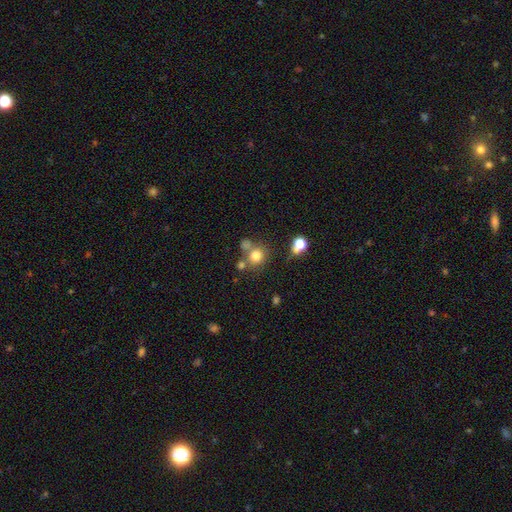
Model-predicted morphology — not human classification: Q: Smooth or featured?
A: smooth (75%); runner-up: star or artifact (15%)
Q: How rounded?
A: round (86%); runner-up: in between (13%)
Q: Merging?
A: none (61%); runner-up: merger (22%)